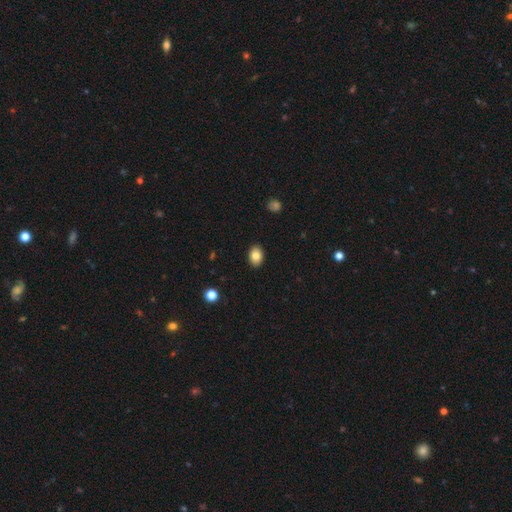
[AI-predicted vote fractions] The model was most divided on "how rounded": in between: 78%, round: 21%, cigar-shaped: 1%. More confident: merging — none (89%); smooth or featured — smooth (82%).